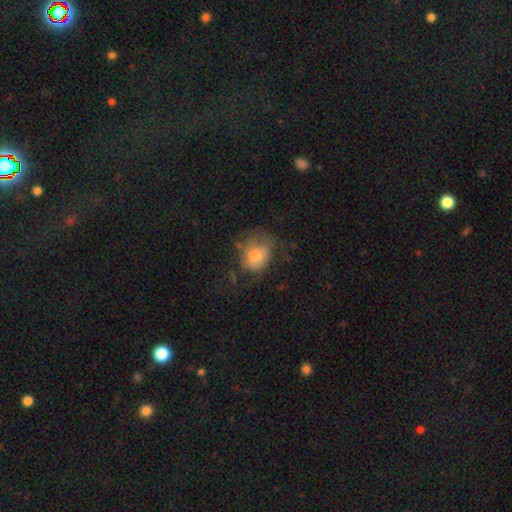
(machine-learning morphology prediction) The model was most divided on "how rounded": round: 53%, in between: 46%, cigar-shaped: 1%. Remaining: smooth or featured — smooth (64%); merging — none (41%).